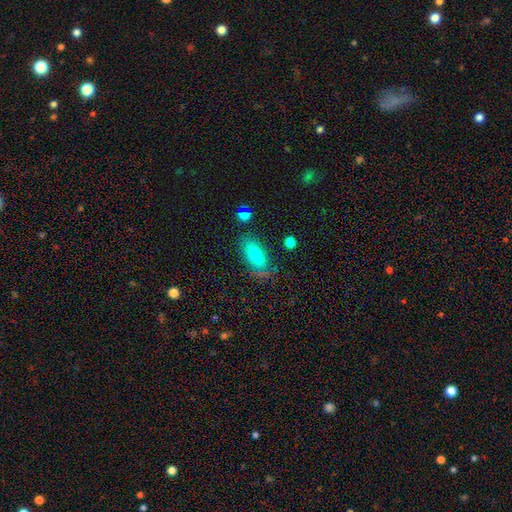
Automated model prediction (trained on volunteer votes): This is likely a smooth galaxy (75%). How rounded: clearly in between (82%). Merging: likely none (66%).